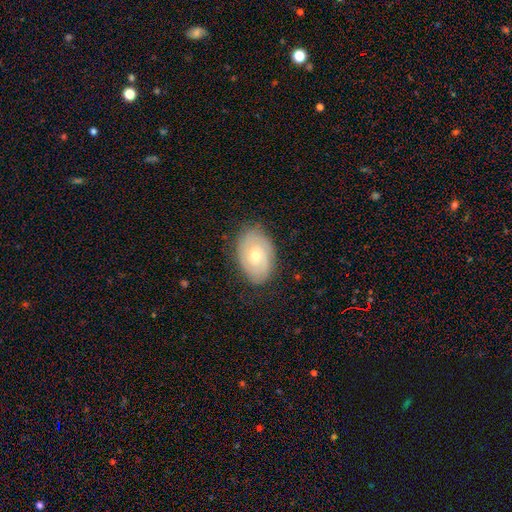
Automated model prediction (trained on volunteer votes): This is possibly a featured or disk galaxy (58%). It is clearly not viewed edge-on (94%). Bar: clearly no (81%). Spiral arm pattern: likely yes (78%). Central bulge: possibly moderate (49%). Merging: likely none (80%).